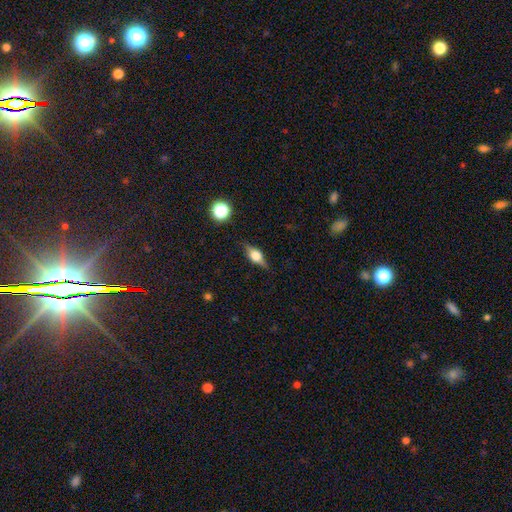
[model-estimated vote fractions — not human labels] smooth-or-featured: featured or disk: 57% | smooth: 34% | star or artifact: 9%
  disk-edge-on: yes: 94% | no: 6%
    edge-on-bulge: rounded: 91% | boxy: 7% | none: 1%
  merging: none: 83% | minor disturbance: 12% | major disturbance: 3% | merger: 1%